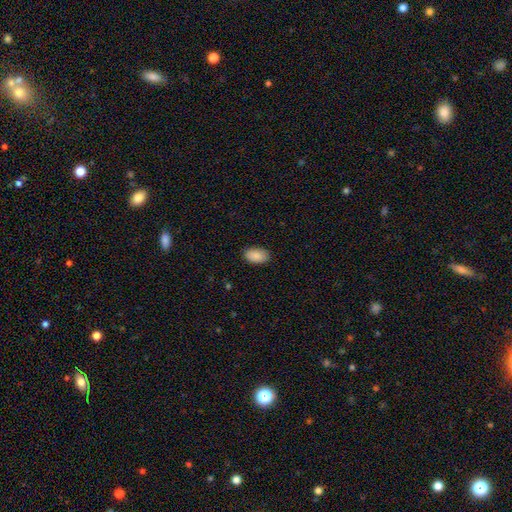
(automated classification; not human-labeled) Smooth or featured? Predicted: smooth (p=0.89). How rounded? Predicted: in between (p=0.93). Merging? Predicted: none (p=0.87).